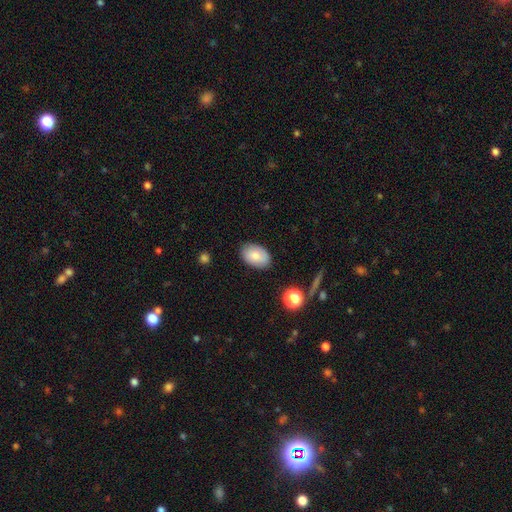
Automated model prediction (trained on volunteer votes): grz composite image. It shows a smooth galaxy with no disk features (81%) that is in between round and cigar-shaped (89%). Merging: none (84%).